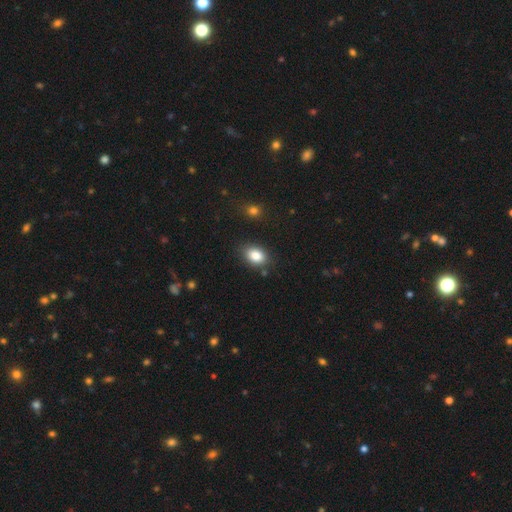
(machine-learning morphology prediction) This is clearly a smooth galaxy (85%). How rounded: clearly in between (81%). Merging: clearly none (81%).